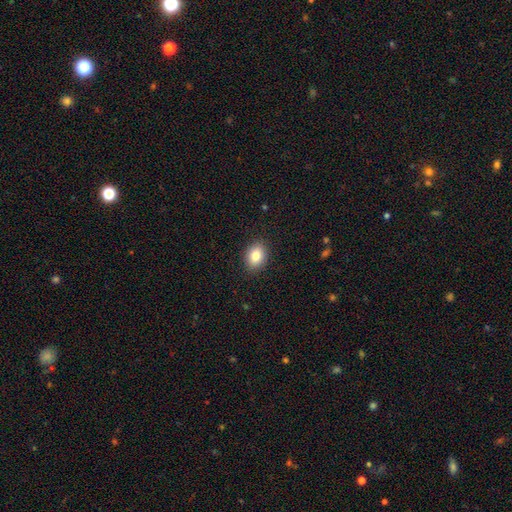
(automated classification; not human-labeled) Smooth or featured? Predicted: smooth (p=0.84). How rounded? Predicted: in between (p=0.69). Merging? Predicted: none (p=0.89).